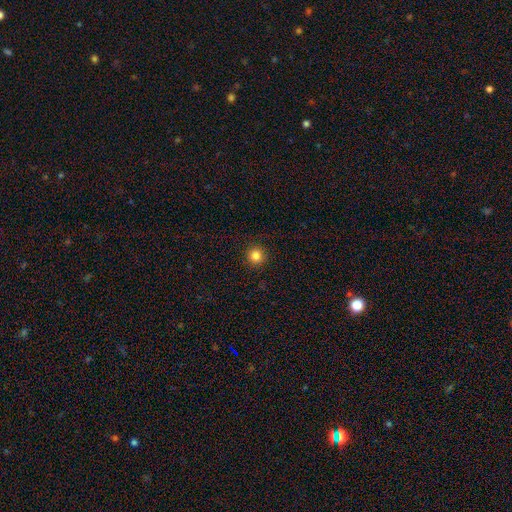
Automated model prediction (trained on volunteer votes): Smooth or featured: smooth — 83% (star or artifact — 12%)
How rounded: round — 95% (in between — 4%)
Merging: none — 93% (minor disturbance — 5%)